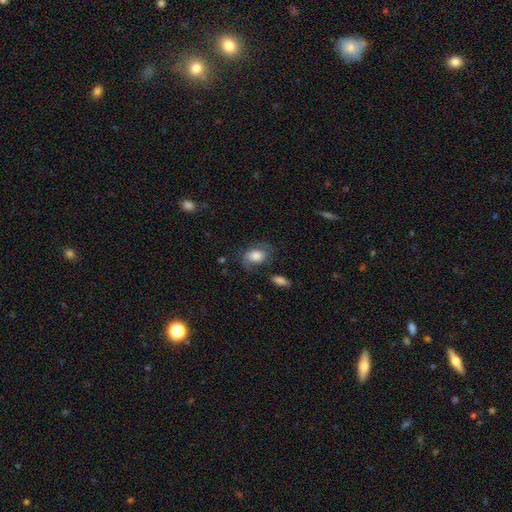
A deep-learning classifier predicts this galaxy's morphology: smooth_or_featured: smooth (p=0.67) [alt: featured or disk p=0.25]
how_rounded: in between (p=0.79) [alt: round p=0.19]
merging: none (p=0.56) [alt: minor disturbance p=0.25]